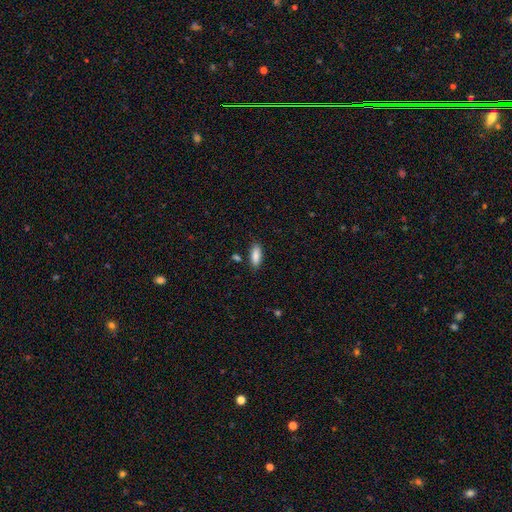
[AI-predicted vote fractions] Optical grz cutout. It shows a smooth galaxy with no disk features (88%) that is in between round and cigar-shaped (78%). Merging: none (84%).